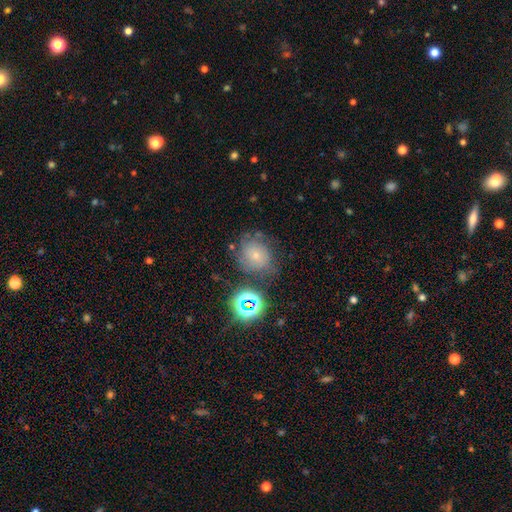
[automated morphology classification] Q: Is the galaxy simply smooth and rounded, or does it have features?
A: smooth — 50%.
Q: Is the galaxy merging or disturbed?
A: none — 60%.